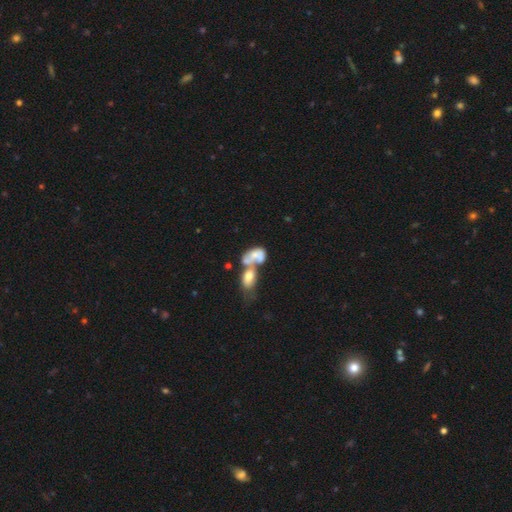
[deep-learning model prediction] Morphology: type=smooth (53%); roundness=in between (86%); merging=merger (74%).